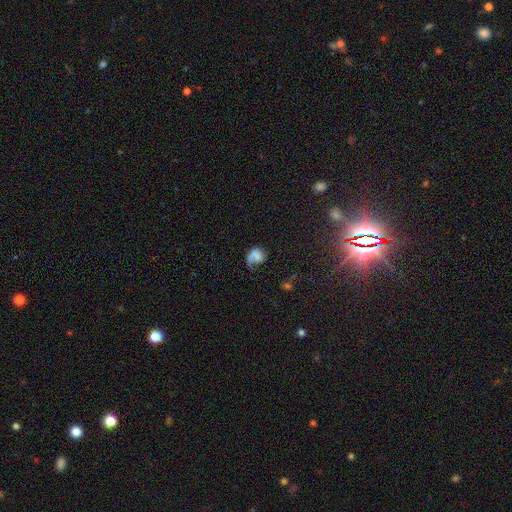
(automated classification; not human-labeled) This is possibly a smooth galaxy (50%). Merging: marginally major disturbance (37%).